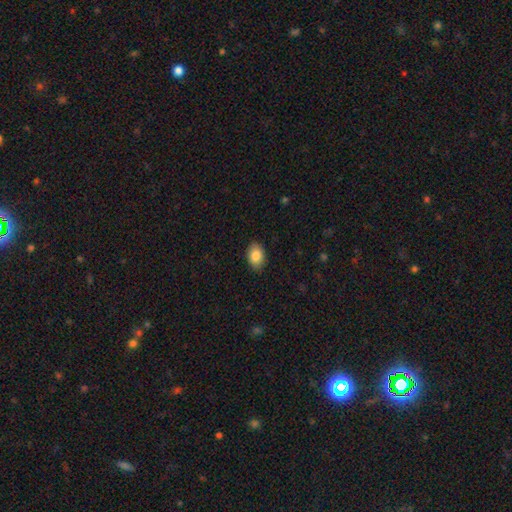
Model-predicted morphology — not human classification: Smooth or featured?
  - smooth: 86% *
  - star or artifact: 7%
  - featured or disk: 7%
How rounded?
  - in between: 86% *
  - round: 13%
  - cigar-shaped: 1%
Merging?
  - none: 88% *
  - minor disturbance: 9%
  - major disturbance: 2%
  - merger: 1%